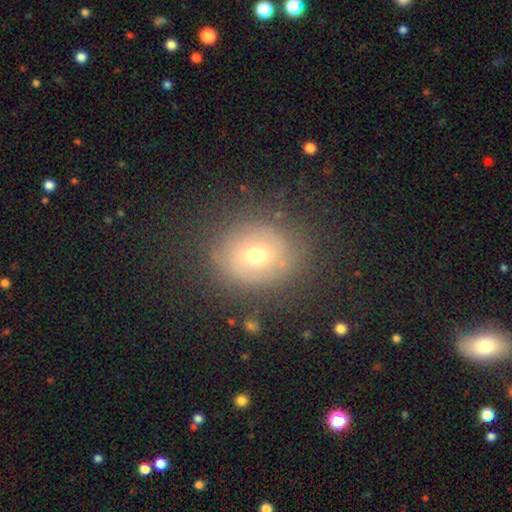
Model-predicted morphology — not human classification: smooth_or_featured: smooth (p=0.49) [alt: featured or disk p=0.38]
merging: none (p=0.78) [alt: minor disturbance p=0.14]